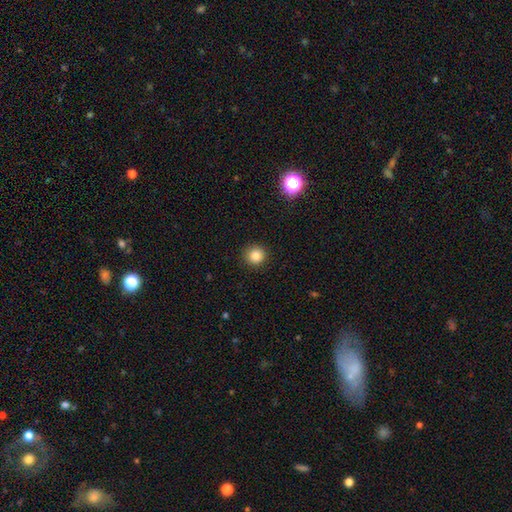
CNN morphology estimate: A smooth galaxy with no disk features (85%) that is round (94%). Merging: none (91%).